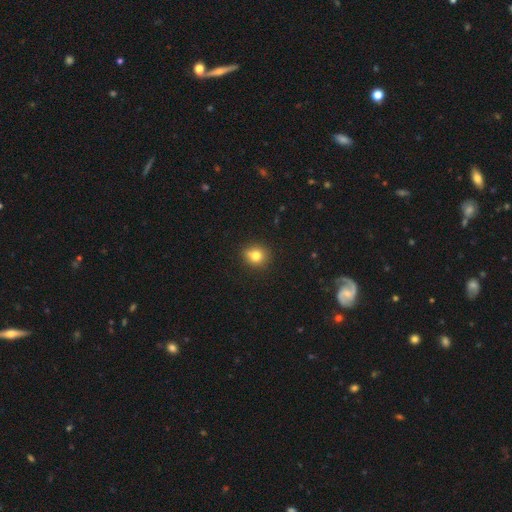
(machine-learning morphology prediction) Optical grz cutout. It shows a smooth galaxy with no disk features (78%) that is round (81%). Merging: none (77%).